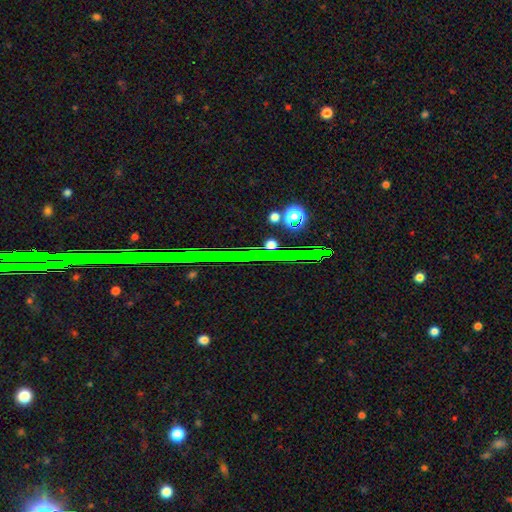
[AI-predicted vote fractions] The model was most divided on "smooth or featured": star or artifact: 79%, featured or disk: 12%, smooth: 9%.